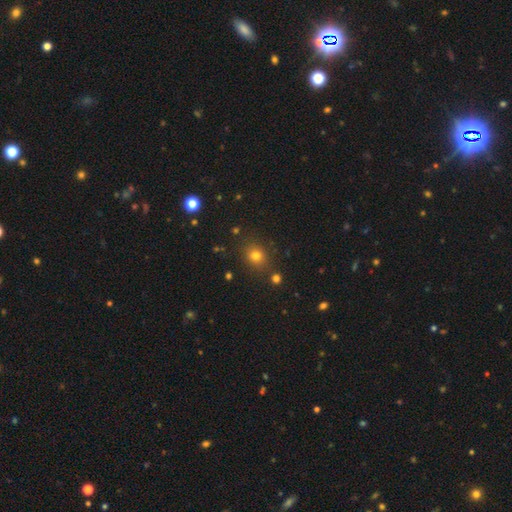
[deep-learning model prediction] smooth-or-featured: smooth: 76% | star or artifact: 16% | featured or disk: 7%
  how-rounded: round: 70% | in between: 29% | cigar-shaped: 1%
  merging: none: 81% | minor disturbance: 10% | merger: 5% | major disturbance: 3%